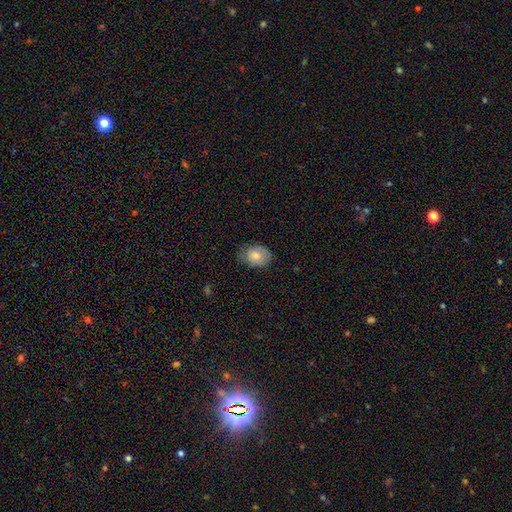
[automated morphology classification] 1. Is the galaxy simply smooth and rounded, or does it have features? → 78% smooth, 14% featured or disk, 7% star or artifact.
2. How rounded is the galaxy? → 65% in between, 34% round, 1% cigar-shaped.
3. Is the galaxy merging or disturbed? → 68% none, 26% minor disturbance, 5% major disturbance, 1% merger.